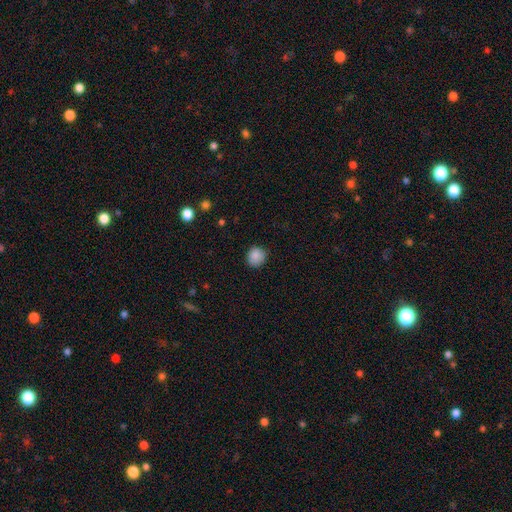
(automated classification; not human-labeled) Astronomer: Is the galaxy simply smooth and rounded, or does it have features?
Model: smooth — 87%.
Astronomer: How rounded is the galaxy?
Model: round — 89%.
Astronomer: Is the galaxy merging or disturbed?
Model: none — 87%.